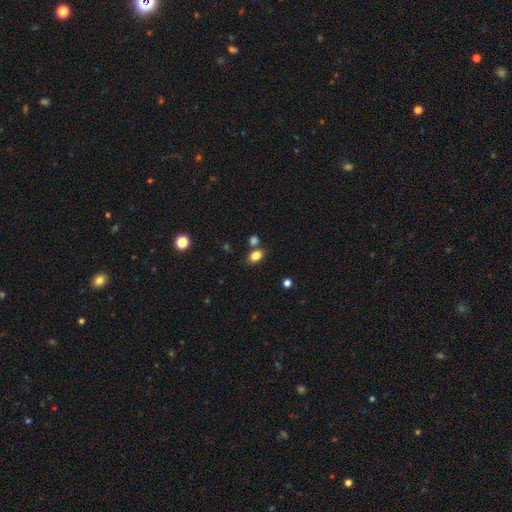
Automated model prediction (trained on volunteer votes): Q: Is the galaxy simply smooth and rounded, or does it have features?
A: smooth — 83%.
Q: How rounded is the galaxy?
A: in between — 71%.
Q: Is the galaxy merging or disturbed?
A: none — 69%.